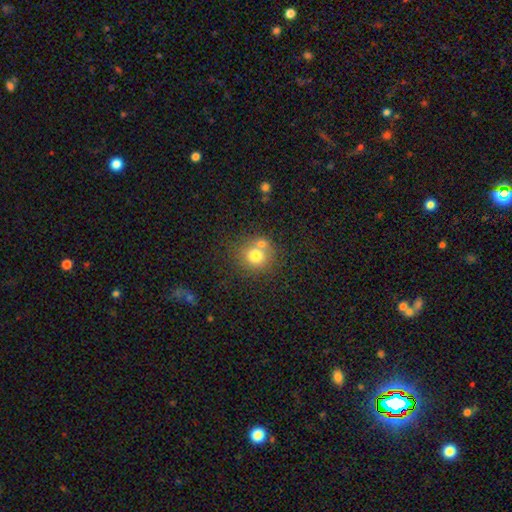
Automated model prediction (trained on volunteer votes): Smooth or featured? smooth (74%)
How rounded? round (85%)
Merging? none (53%)